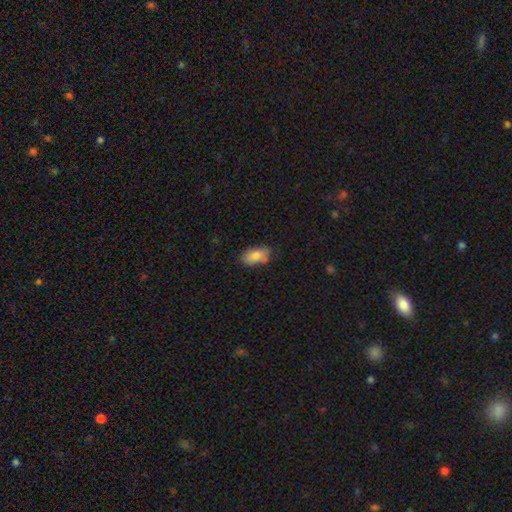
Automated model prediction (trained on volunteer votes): smooth 82%, featured or disk 10%, star or artifact 7%. Down the decision tree: how rounded — in between (92%); merging — none (64%).